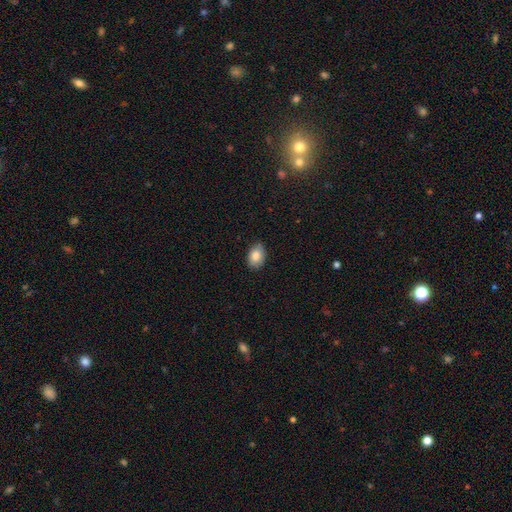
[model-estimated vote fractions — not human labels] A smooth galaxy with no disk features (84%) that is in between round and cigar-shaped (82%). Merging: none (84%).